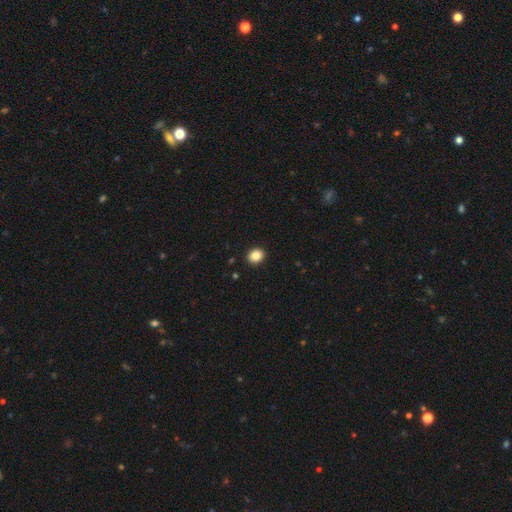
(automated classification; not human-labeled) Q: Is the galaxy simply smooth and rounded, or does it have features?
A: smooth — 86%.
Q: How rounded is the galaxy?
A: round — 62%.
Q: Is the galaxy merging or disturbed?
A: none — 92%.